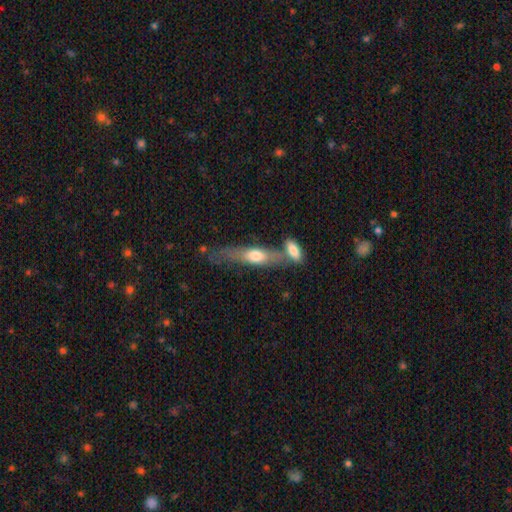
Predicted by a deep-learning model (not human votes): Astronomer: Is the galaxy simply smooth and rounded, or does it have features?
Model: smooth — 58% (runner-up: featured or disk, 36%).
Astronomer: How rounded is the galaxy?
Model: cigar-shaped — 60% (runner-up: in between, 37%).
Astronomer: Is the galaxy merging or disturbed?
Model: none — 43% (runner-up: merger, 28%).